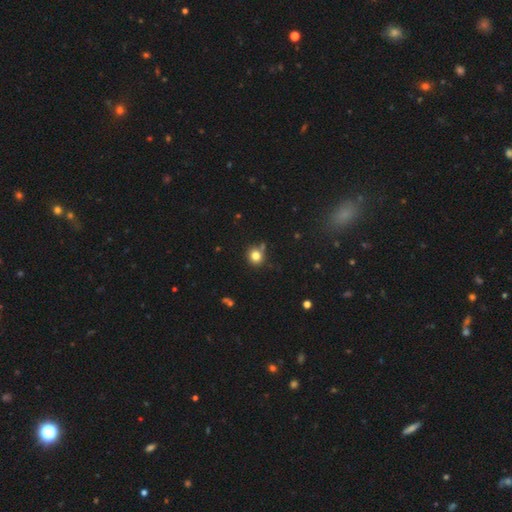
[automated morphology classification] Overall: smooth (80%). How rounded: round (88%). Merging: none (76%).